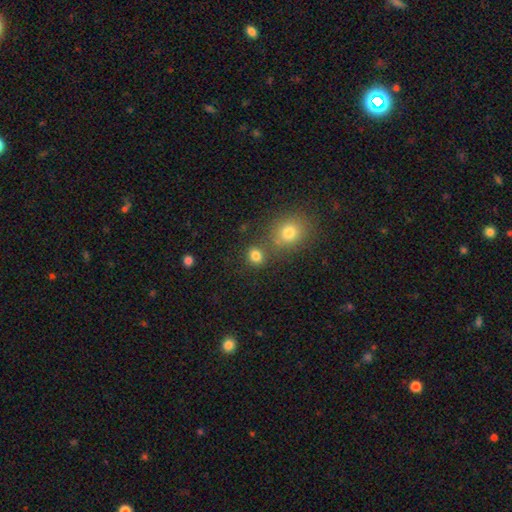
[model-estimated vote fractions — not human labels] Morphology: type=smooth (81%); roundness=round (71%); merging=none (72%).